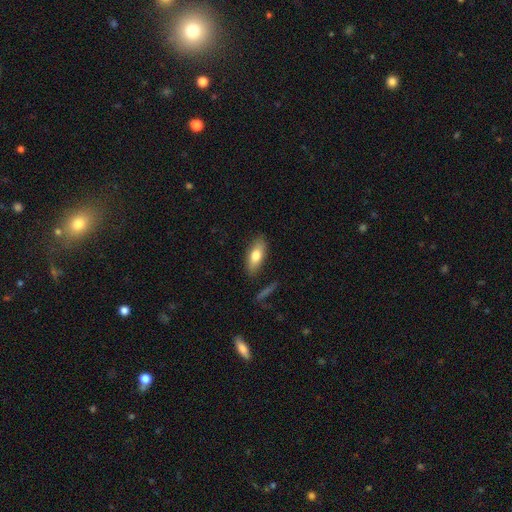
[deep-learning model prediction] Morphology: type=smooth (75%); roundness=in between (76%); merging=none (84%).